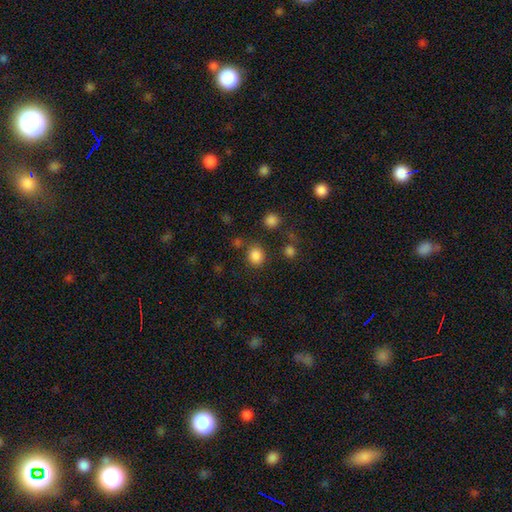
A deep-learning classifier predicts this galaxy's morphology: type=smooth (84%); roundness=round (77%); merging=none (79%).